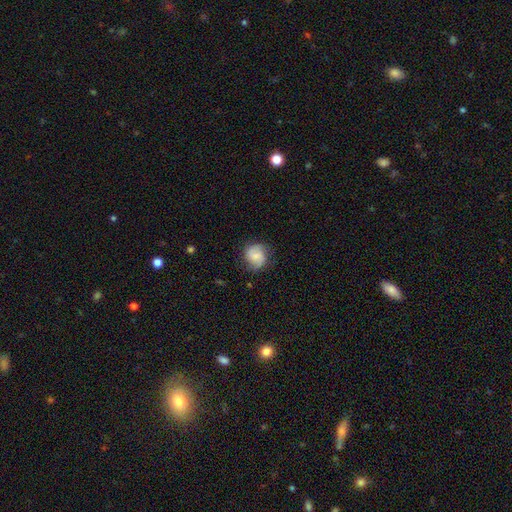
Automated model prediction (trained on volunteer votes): Overall: featured or disk (59%; smooth 33%). Edge-on disk: no (98%). Bar: no (52%; weak 41%). Spiral arms: yes (94%). Spiral arm count: 2 (86%). Spiral winding: medium (47%; tight 28%). Bulge size: small (46%; moderate 29%). Merging: none (77%).